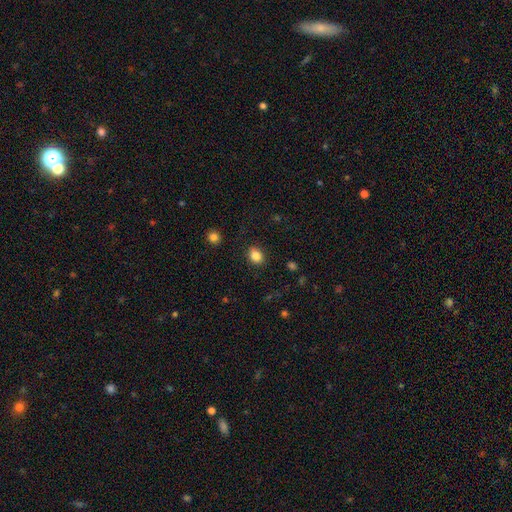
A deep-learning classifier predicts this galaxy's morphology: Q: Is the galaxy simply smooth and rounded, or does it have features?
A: smooth — 85%.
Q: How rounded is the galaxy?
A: in between — 59%.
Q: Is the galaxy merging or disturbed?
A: none — 88%.